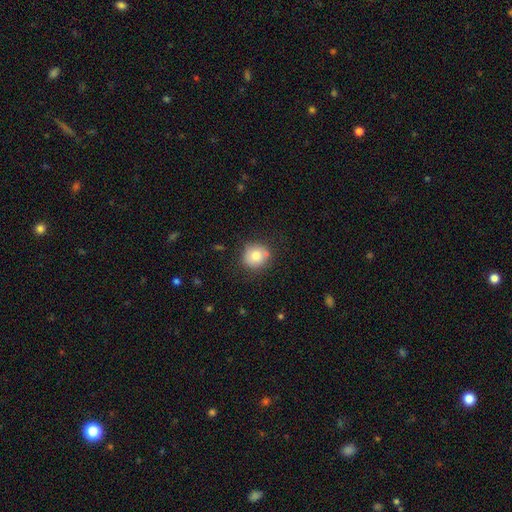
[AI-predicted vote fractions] The model was most divided on "merging": none: 79%, minor disturbance: 15%, major disturbance: 3%, merger: 3%. More confident: how rounded — round (86%); smooth or featured — smooth (78%).